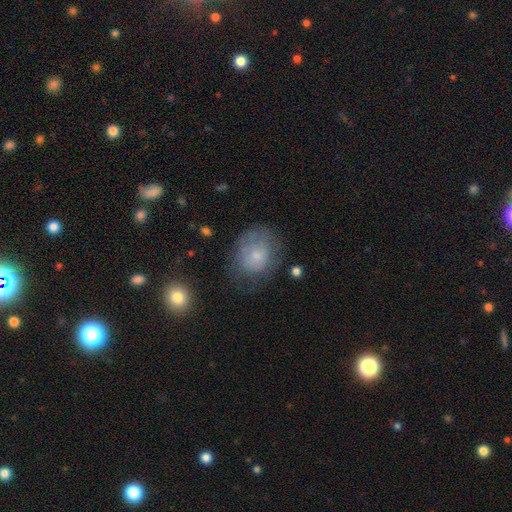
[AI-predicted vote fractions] A smooth galaxy with no disk features (63%) that is round (57%).

Vote fractions:
- Smooth or featured? smooth: 63% / featured or disk: 28% / star or artifact: 9%
- How rounded? round: 57% / in between: 42% / cigar-shaped: 1%
- Merging? none: 52% / minor disturbance: 27% / major disturbance: 18% / merger: 3%